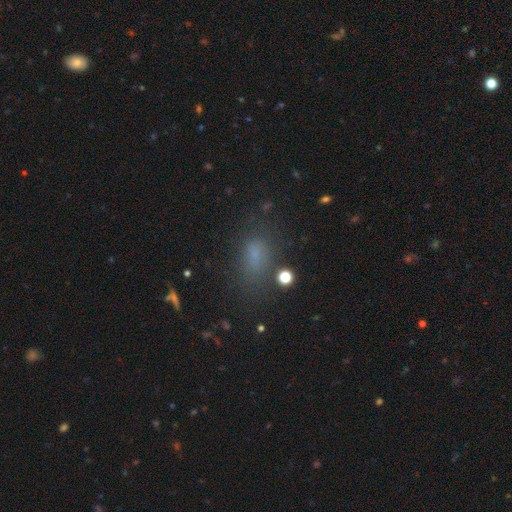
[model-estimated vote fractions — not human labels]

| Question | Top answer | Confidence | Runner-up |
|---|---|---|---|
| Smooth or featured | smooth | 66% | star or artifact (23%) |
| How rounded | in between | 78% | round (16%) |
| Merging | none | 64% | minor disturbance (19%) |